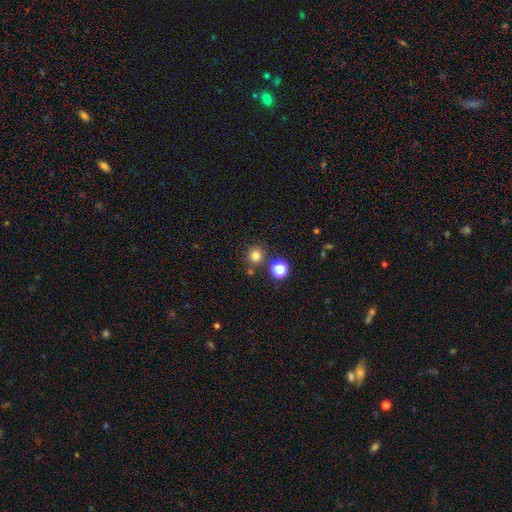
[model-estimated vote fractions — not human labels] The model was most divided on "smooth or featured": smooth: 79%, star or artifact: 16%, featured or disk: 5%. More confident: how rounded — round (93%); merging — none (81%).